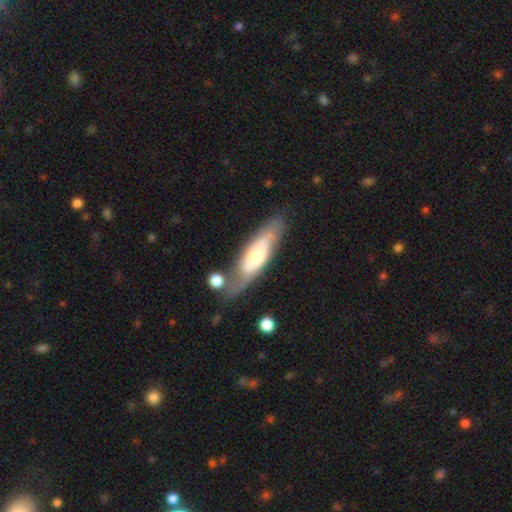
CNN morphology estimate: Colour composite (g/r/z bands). It shows a featured or disk galaxy (53%). Merging: none (57%).